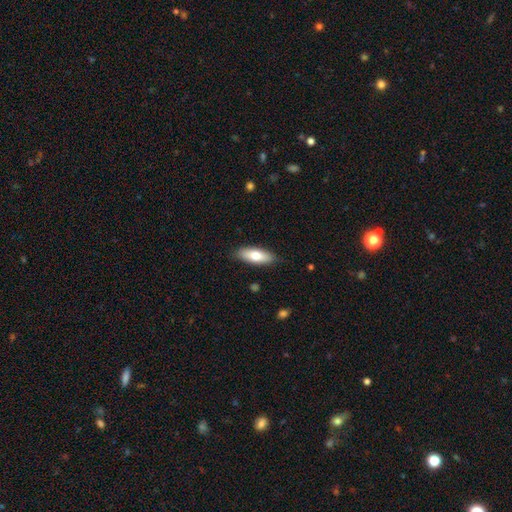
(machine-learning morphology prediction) This is likely a smooth galaxy (72%). How rounded: likely in between (69%). Merging: clearly none (86%).